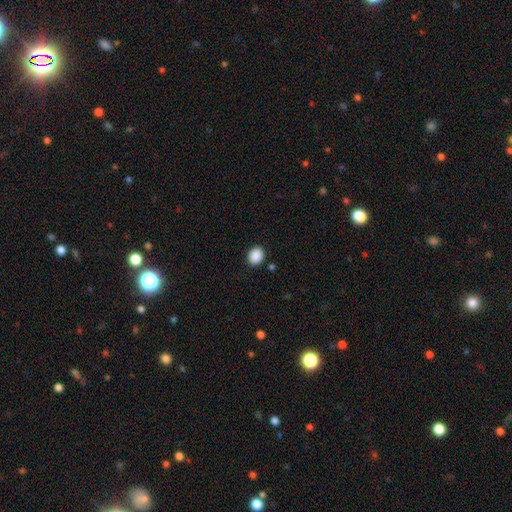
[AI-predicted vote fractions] Smooth or featured? Predicted: smooth (p=0.89). How rounded? Predicted: round (p=0.53). Merging? Predicted: none (p=0.89).